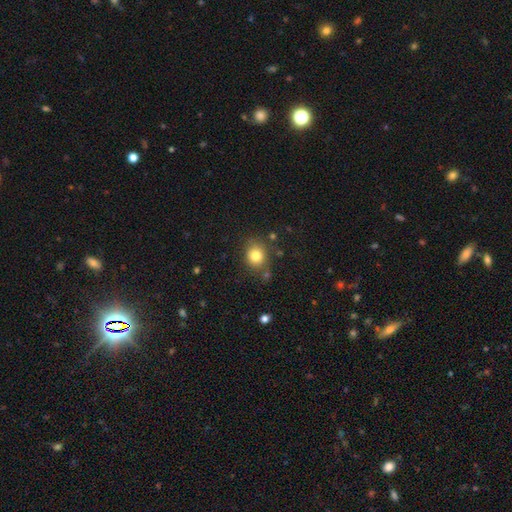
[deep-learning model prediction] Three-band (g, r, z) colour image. It shows a smooth galaxy with no disk features (80%) that is round (74%). Merging: none (79%).